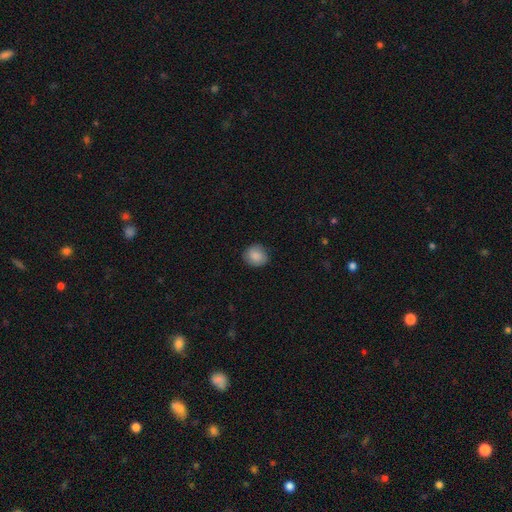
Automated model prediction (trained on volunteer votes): The model was most divided on "how rounded": round: 83%, in between: 16%, cigar-shaped: 1%. More confident: smooth or featured — smooth (87%); merging — none (85%).